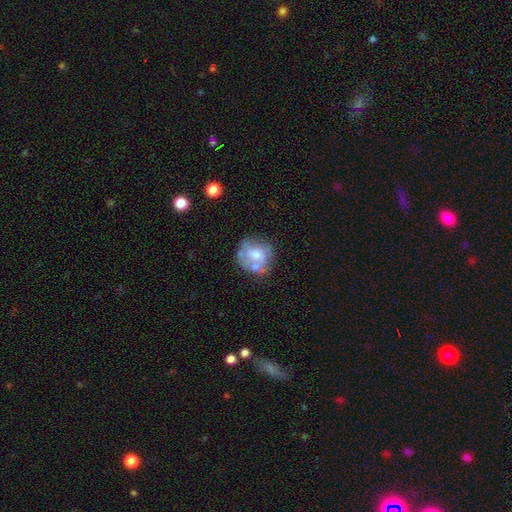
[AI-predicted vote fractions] A featured or disk galaxy (50%).

Vote fractions:
- Smooth or featured? featured or disk: 50% / smooth: 42% / star or artifact: 8%
- Edge-on disk? no: 98% / yes: 2%
- Merging? none: 45% / minor disturbance: 22% / merger: 16% / major disturbance: 16%